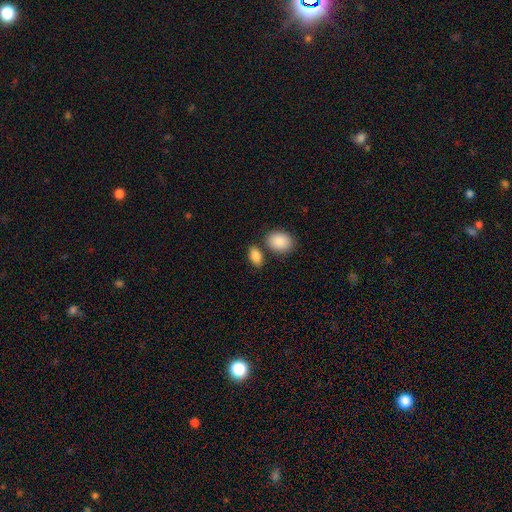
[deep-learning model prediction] A smooth galaxy with no disk features (87%) that is in between round and cigar-shaped (89%).

Vote fractions:
- Smooth or featured? smooth: 87% / star or artifact: 7% / featured or disk: 5%
- How rounded? in between: 89% / round: 9% / cigar-shaped: 2%
- Merging? none: 68% / merger: 17% / minor disturbance: 11% / major disturbance: 3%